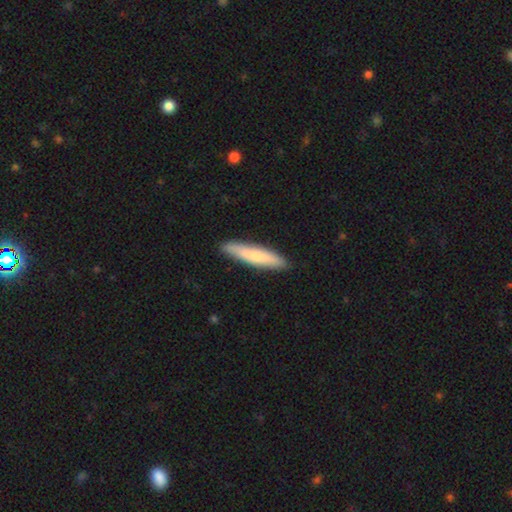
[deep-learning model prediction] Smooth or featured? Predicted: smooth (p=0.71). How rounded? Predicted: cigar-shaped (p=0.87). Merging? Predicted: none (p=0.89).